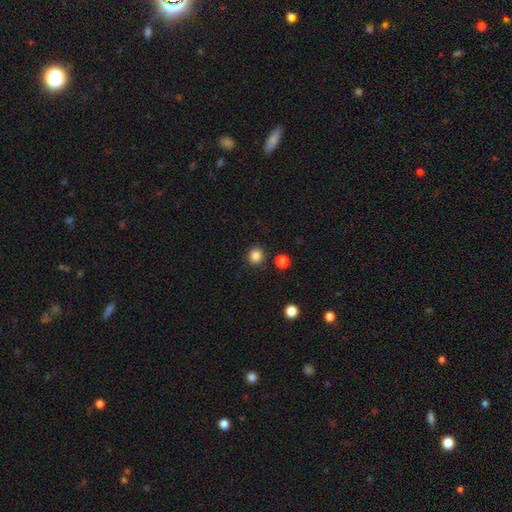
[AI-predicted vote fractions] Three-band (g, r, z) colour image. It shows a smooth galaxy with no disk features (85%) that is round (94%). Merging: none (90%).